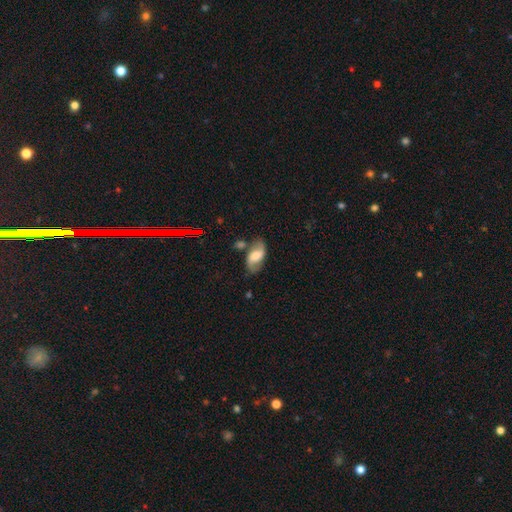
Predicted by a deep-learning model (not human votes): Smooth or featured? Predicted: featured or disk (p=0.56). Edge-on disk? Predicted: no (p=0.94). Bar? Predicted: weak (p=0.43). Spiral arms? Predicted: yes (p=0.86). Bulge size? Predicted: moderate (p=0.33). Merging? Predicted: none (p=0.66).